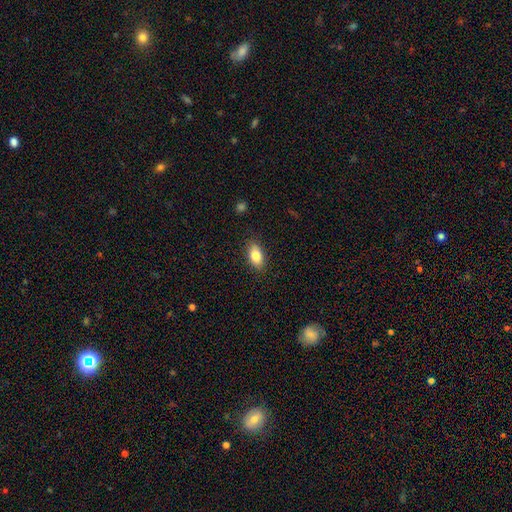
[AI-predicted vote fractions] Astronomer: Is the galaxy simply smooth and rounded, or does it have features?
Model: smooth — 80%.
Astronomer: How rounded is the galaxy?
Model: in between — 87%.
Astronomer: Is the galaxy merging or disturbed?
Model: none — 86%.